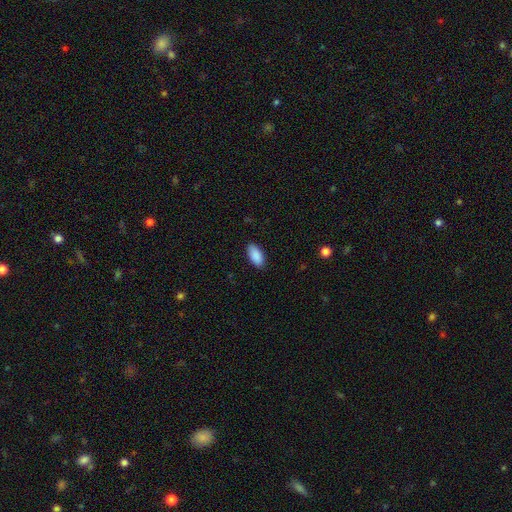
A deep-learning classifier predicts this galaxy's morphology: This is clearly a smooth galaxy (90%). How rounded: clearly in between (92%). Merging: clearly none (87%).